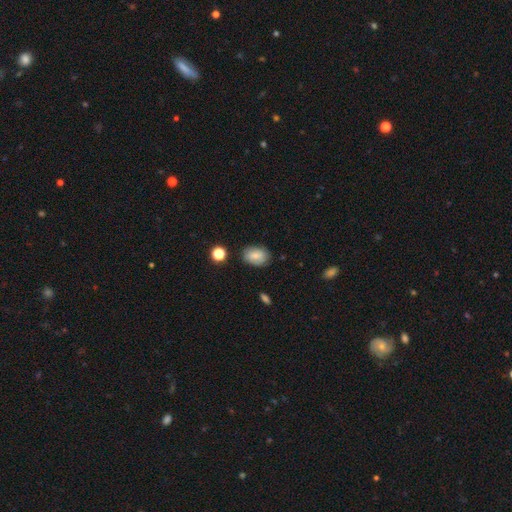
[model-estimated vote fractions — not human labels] A smooth galaxy with no disk features (75%) that is in between round and cigar-shaped (79%).

Vote fractions:
- Smooth or featured? smooth: 75% / featured or disk: 16% / star or artifact: 9%
- How rounded? in between: 79% / round: 20% / cigar-shaped: 1%
- Merging? none: 79% / minor disturbance: 16% / major disturbance: 4% / merger: 2%